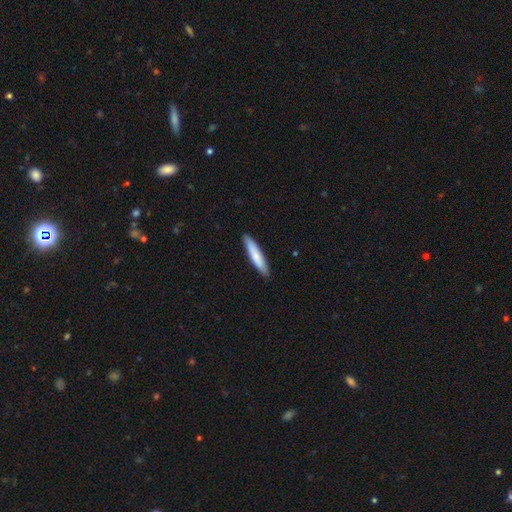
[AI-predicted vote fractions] Smooth or featured: smooth — 77% (featured or disk — 18%)
How rounded: cigar-shaped — 88% (in between — 11%)
Merging: none — 90% (minor disturbance — 8%)